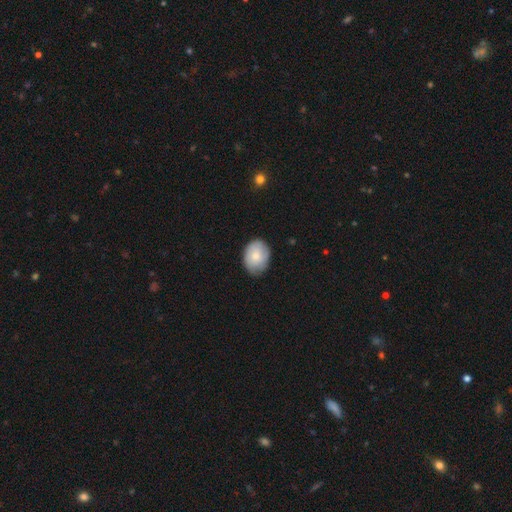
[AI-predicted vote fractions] A smooth galaxy with no disk features (70%) that is in between round and cigar-shaped (59%).

Vote fractions:
- Smooth or featured? smooth: 70% / featured or disk: 24% / star or artifact: 6%
- How rounded? in between: 59% / round: 40% / cigar-shaped: 1%
- Merging? none: 76% / minor disturbance: 20% / major disturbance: 3% / merger: 1%